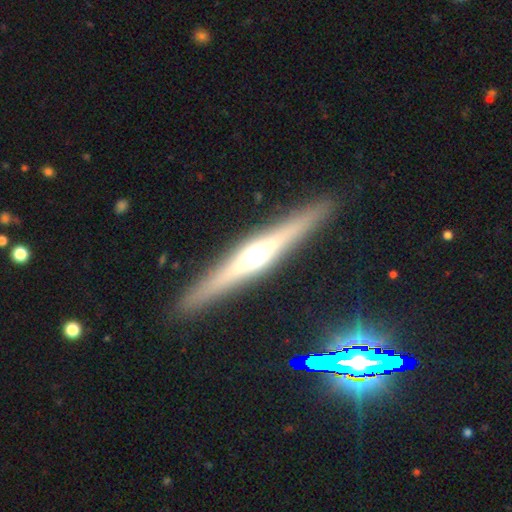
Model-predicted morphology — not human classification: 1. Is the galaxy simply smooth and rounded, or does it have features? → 70% featured or disk, 22% smooth, 8% star or artifact.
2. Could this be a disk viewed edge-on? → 96% yes, 4% no.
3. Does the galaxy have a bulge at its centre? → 90% rounded, 5% boxy, 5% none.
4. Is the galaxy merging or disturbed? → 90% none, 7% minor disturbance, 2% major disturbance, 1% merger.